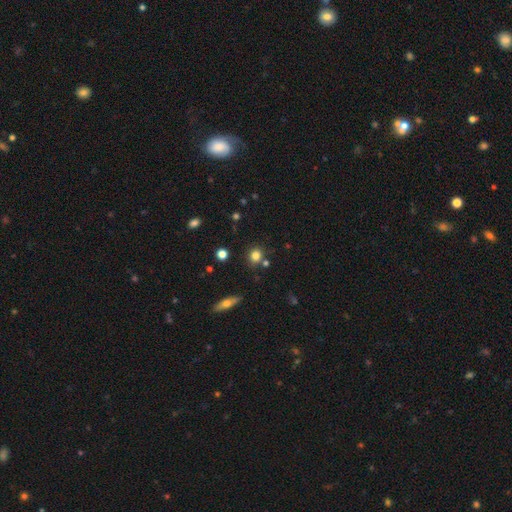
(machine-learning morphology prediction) Smooth or featured?
  - smooth: 79% *
  - star or artifact: 12%
  - featured or disk: 8%
How rounded?
  - round: 79% *
  - in between: 19%
  - cigar-shaped: 2%
Merging?
  - none: 78% *
  - minor disturbance: 10%
  - merger: 9%
  - major disturbance: 3%